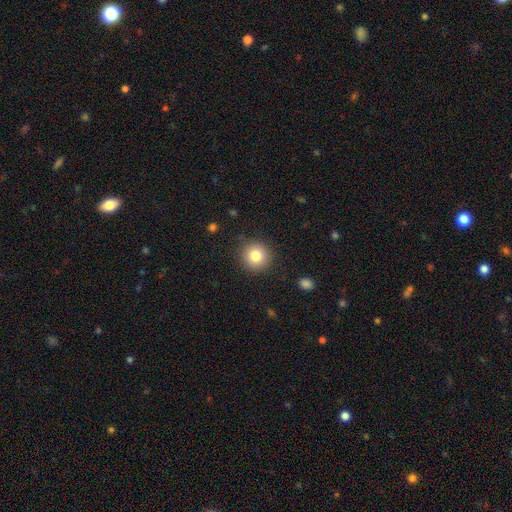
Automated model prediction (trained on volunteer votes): smooth 80%, star or artifact 11%, featured or disk 9%. Down the decision tree: how rounded — round (94%); merging — none (89%).